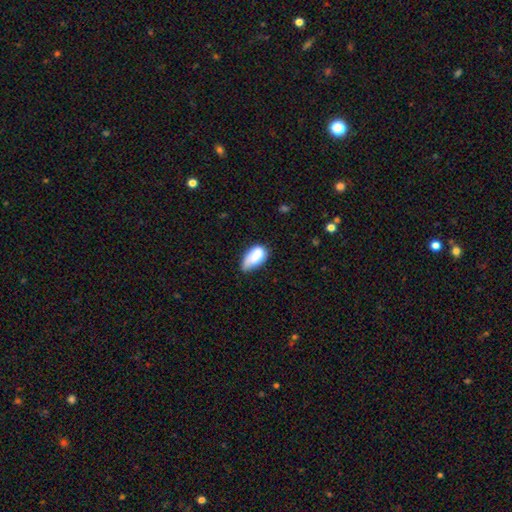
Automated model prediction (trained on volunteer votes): smooth 81%, featured or disk 12%, star or artifact 7%. Down the decision tree: how rounded — in between (93%); merging — minor disturbance (45%).